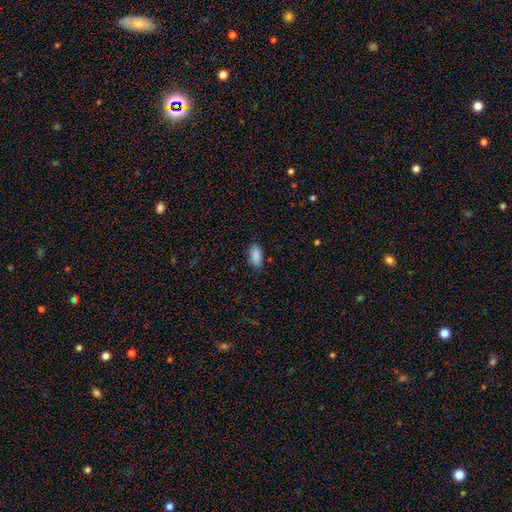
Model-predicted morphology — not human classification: Smooth or featured? smooth (88%)
How rounded? in between (92%)
Merging? none (76%)